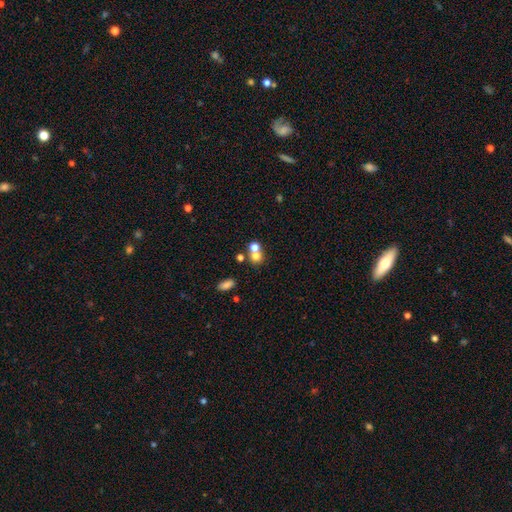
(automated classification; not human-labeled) This appears to be a smooth galaxy with no disk features (70%) that is round (76%). Merging: merger (51%).